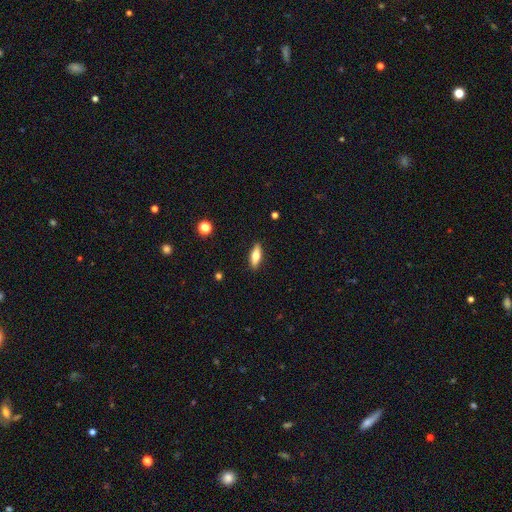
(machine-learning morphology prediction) Smooth or featured? Predicted: smooth (p=0.64). How rounded? Predicted: in between (p=0.56). Merging? Predicted: none (p=0.89).